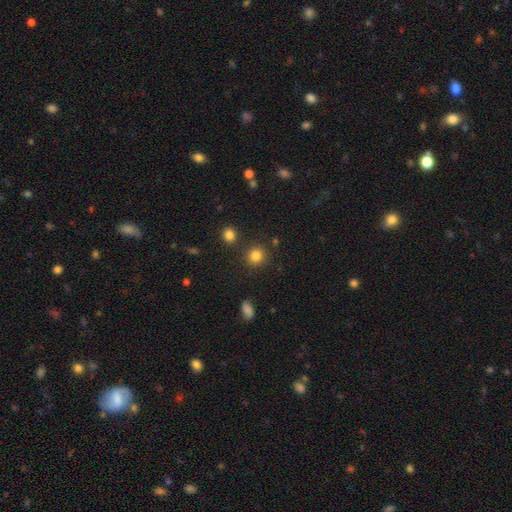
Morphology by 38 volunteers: This is clearly a smooth galaxy (82%). How rounded: clearly round (94%). Merging: clearly none (94%).